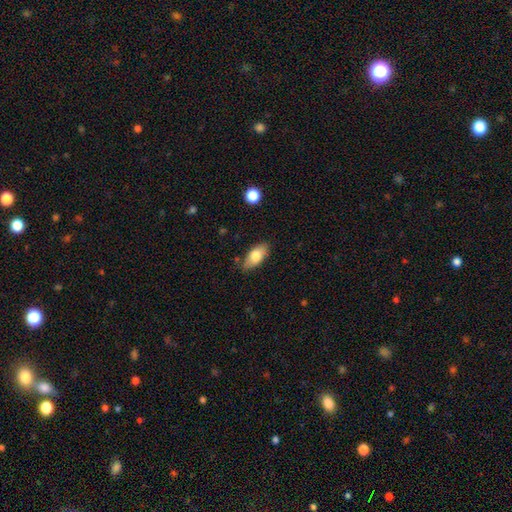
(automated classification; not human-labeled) smooth_or_featured: smooth (p=0.75) [alt: featured or disk p=0.18]
how_rounded: in between (p=0.89) [alt: cigar-shaped p=0.07]
merging: none (p=0.80) [alt: minor disturbance p=0.15]